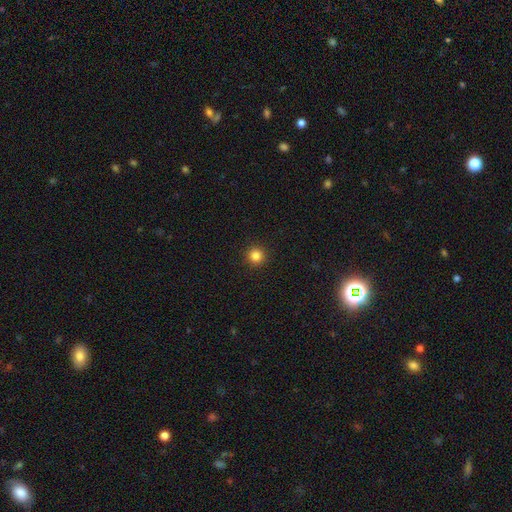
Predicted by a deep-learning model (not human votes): Overall: smooth (83%). How rounded: round (96%). Merging: none (93%).